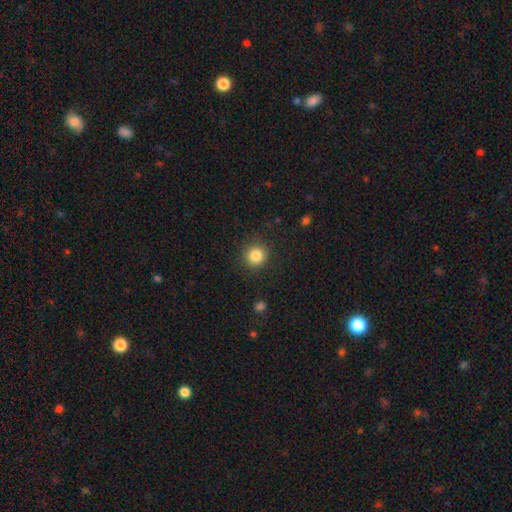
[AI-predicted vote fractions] smooth-or-featured: smooth: 84% | star or artifact: 11% | featured or disk: 5%
  how-rounded: round: 93% | in between: 6% | cigar-shaped: 1%
  merging: none: 89% | minor disturbance: 7% | major disturbance: 3% | merger: 1%